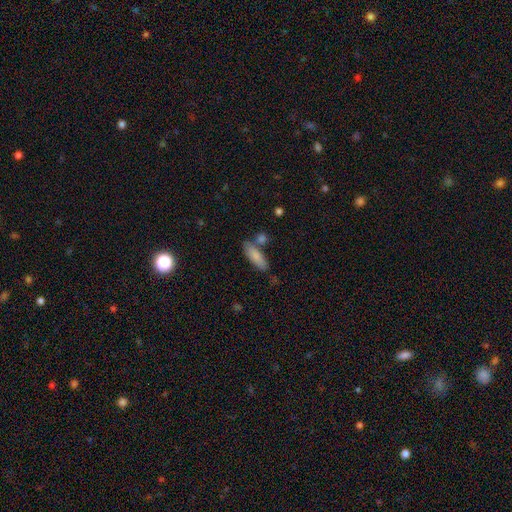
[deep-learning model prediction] smooth-or-featured: smooth: 83% | featured or disk: 11% | star or artifact: 6%
  how-rounded: in between: 56% | cigar-shaped: 41% | round: 2%
  merging: none: 67% | minor disturbance: 15% | merger: 14% | major disturbance: 4%